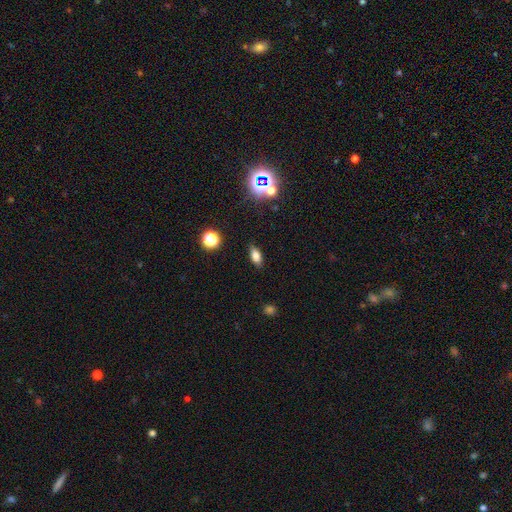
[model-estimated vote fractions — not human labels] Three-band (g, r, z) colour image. It shows a smooth galaxy with no disk features (76%) that is in between round and cigar-shaped (83%). Merging: none (86%).